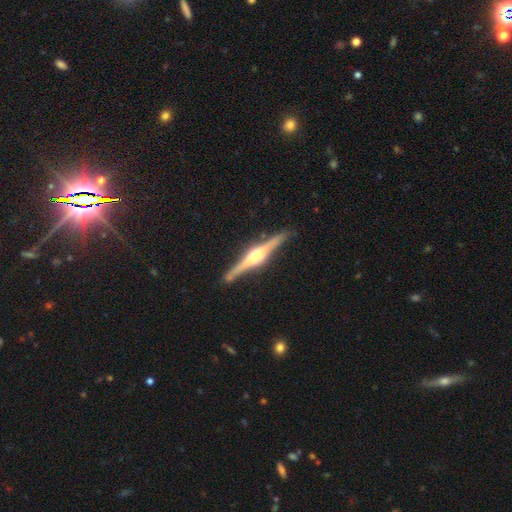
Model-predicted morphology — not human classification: type=featured or disk (86%); edge-on=yes (98%); edge-on bulge=rounded (84%); merging=none (88%).